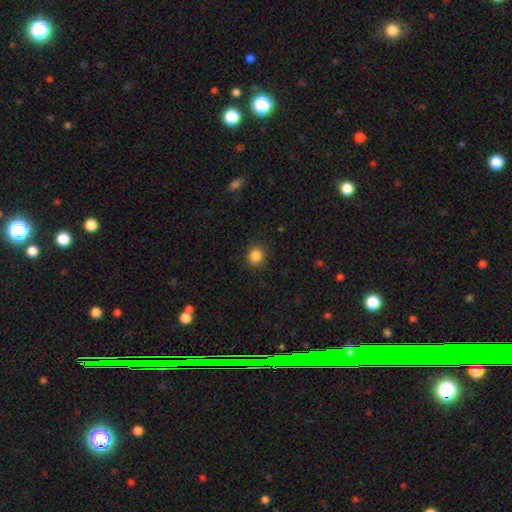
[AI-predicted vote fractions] This is clearly a smooth galaxy (86%). How rounded: clearly round (82%). Merging: clearly none (89%).